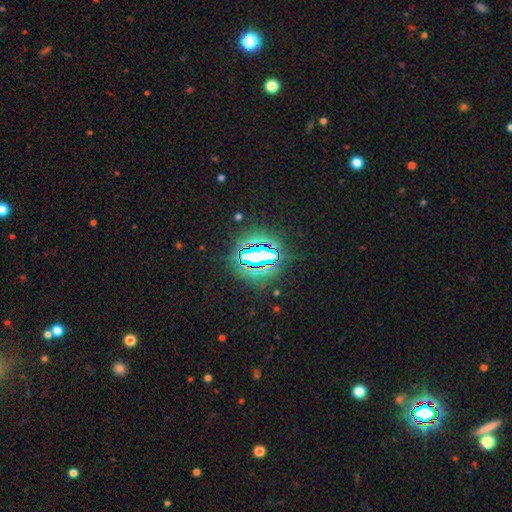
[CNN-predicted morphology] Q: Smooth or featured?
A: star or artifact (76%); runner-up: smooth (14%)